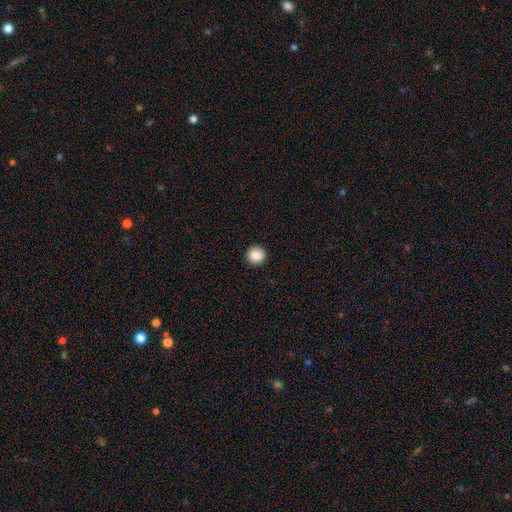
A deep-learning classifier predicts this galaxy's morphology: Smooth or featured? smooth (87%)
How rounded? round (94%)
Merging? none (93%)